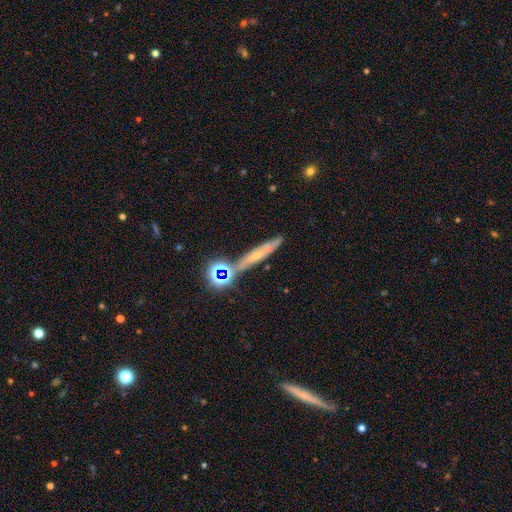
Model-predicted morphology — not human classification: This is marginally a smooth galaxy (40%). Merging: likely none (68%).